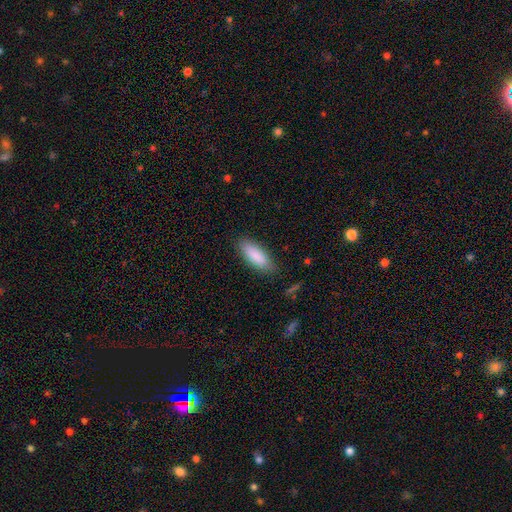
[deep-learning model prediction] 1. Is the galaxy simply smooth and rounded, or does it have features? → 87% smooth, 7% featured or disk, 6% star or artifact.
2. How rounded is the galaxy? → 68% in between, 30% cigar-shaped, 2% round.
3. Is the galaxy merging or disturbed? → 84% none, 12% minor disturbance, 3% major disturbance, 1% merger.